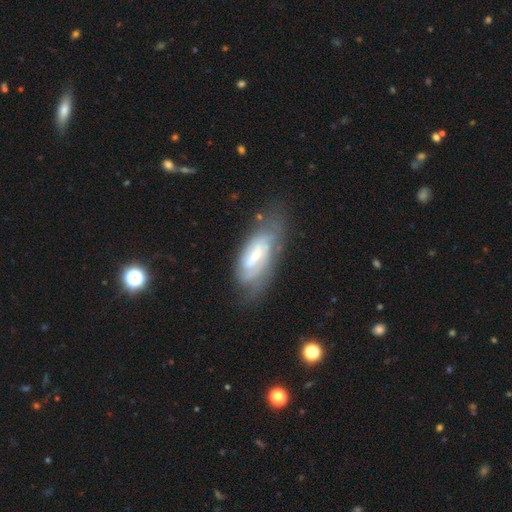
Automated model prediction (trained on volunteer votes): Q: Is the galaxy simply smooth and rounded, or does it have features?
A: featured or disk — 72%.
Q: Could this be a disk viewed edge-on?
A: no — 88%.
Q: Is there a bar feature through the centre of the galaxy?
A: weak — 46%.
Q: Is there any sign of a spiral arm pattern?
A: yes — 81%.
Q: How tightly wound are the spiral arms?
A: tight — 53%.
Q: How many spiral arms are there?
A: can't tell — 46%.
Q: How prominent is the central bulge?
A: small — 58%.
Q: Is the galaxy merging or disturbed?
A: none — 59%.